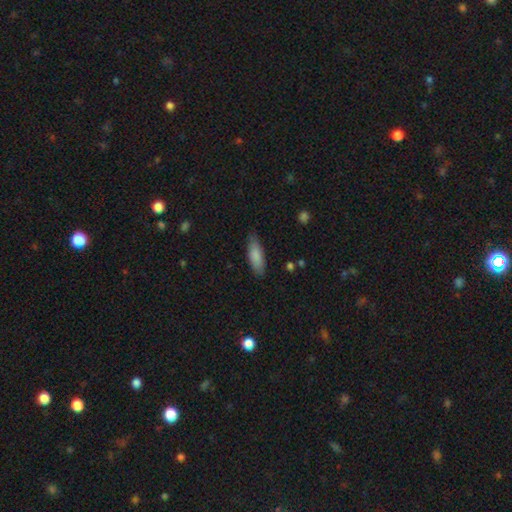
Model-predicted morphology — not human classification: smooth 85%, featured or disk 9%, star or artifact 6%. Down the decision tree: how rounded — in between (66%); merging — none (78%).